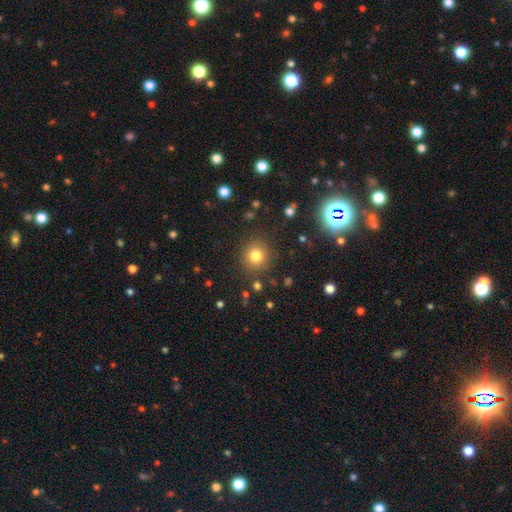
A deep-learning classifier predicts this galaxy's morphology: smooth_or_featured: smooth (p=0.78) [alt: star or artifact p=0.15]
how_rounded: round (p=0.91) [alt: in between p=0.08]
merging: none (p=0.87) [alt: minor disturbance p=0.08]